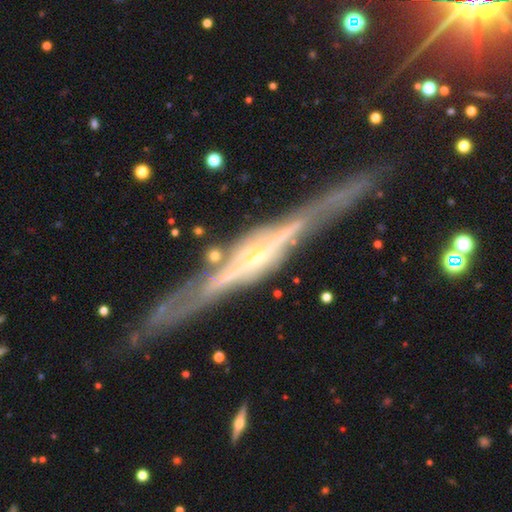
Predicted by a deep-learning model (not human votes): Smooth or featured?
  - featured or disk: 88% *
  - smooth: 7%
  - star or artifact: 6%
Edge-on disk?
  - yes: 95% *
  - no: 5%
Edge-on bulge?
  - rounded: 77% *
  - none: 12%
  - boxy: 11%
Merging?
  - none: 78% *
  - minor disturbance: 14%
  - major disturbance: 5%
  - merger: 3%